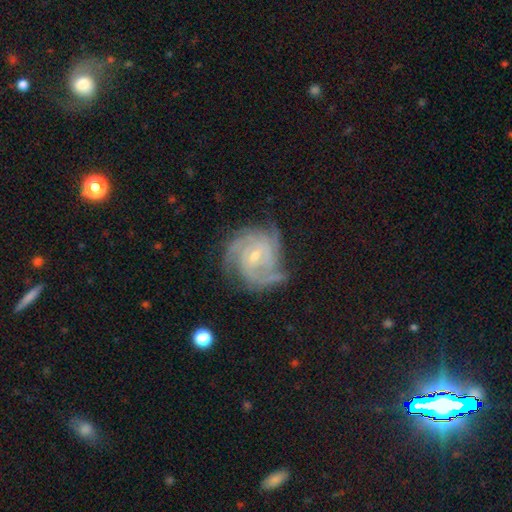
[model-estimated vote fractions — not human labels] smooth_or_featured: featured or disk (p=0.89) [alt: smooth p=0.06]
disk_edge_on: no (p=0.98) [alt: yes p=0.02]
bar: weak (p=0.48) [alt: no p=0.40]
has_spiral_arms: yes (p=0.98) [alt: no p=0.02]
spiral_winding: tight (p=0.66) [alt: medium p=0.29]
spiral_arm_count: 3 (p=0.34) [alt: 4 p=0.19]
bulge_size: small (p=0.62) [alt: moderate p=0.35]
merging: none (p=0.67) [alt: minor disturbance p=0.21]